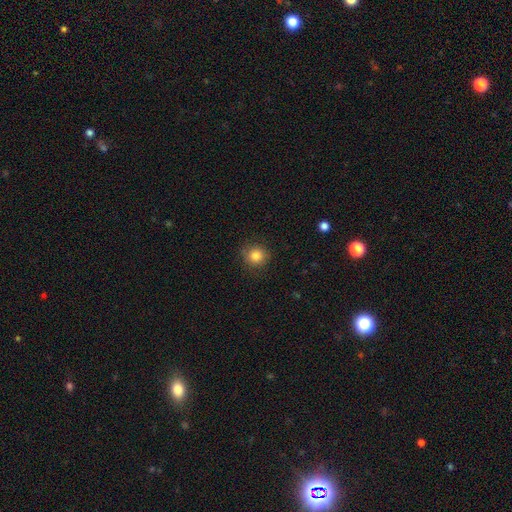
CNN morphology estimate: A smooth galaxy with no disk features (83%) that is round (90%). Merging: none (86%).